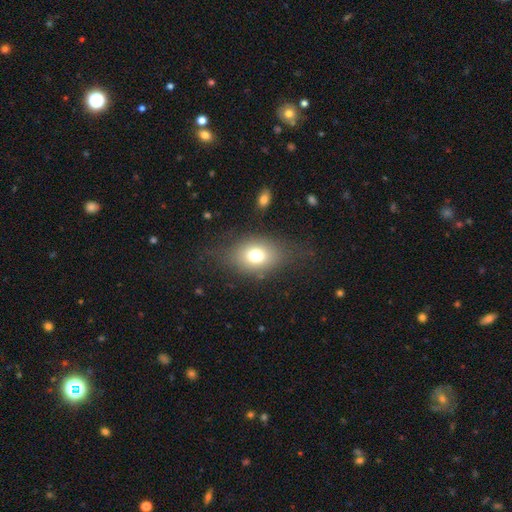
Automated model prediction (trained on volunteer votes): Q: Smooth or featured?
A: smooth (72%); runner-up: featured or disk (17%)
Q: How rounded?
A: in between (66%); runner-up: round (32%)
Q: Merging?
A: none (68%); runner-up: minor disturbance (18%)